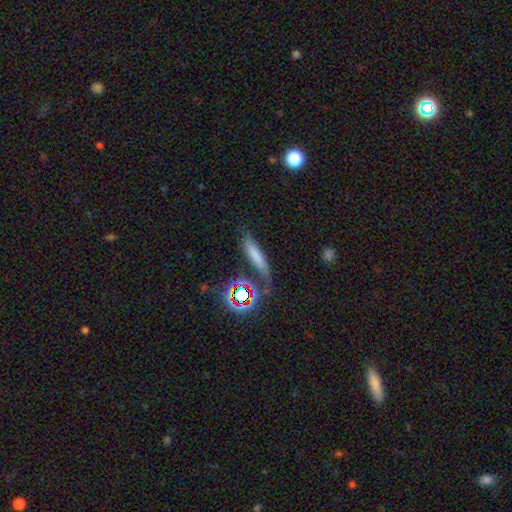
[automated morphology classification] A smooth galaxy with no disk features (64%) that is cigar-shaped (74%).

Vote fractions:
- Smooth or featured? smooth: 64% / featured or disk: 19% / star or artifact: 18%
- How rounded? cigar-shaped: 74% / in between: 21% / round: 5%
- Merging? none: 61% / minor disturbance: 21% / major disturbance: 10% / merger: 8%